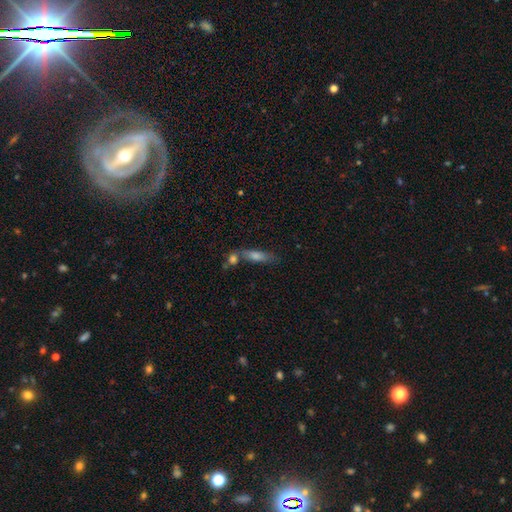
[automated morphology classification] The model was most divided on "smooth or featured": smooth: 58%, featured or disk: 31%, star or artifact: 12%. More confident: how rounded — cigar-shaped (63%); merging — none (57%).